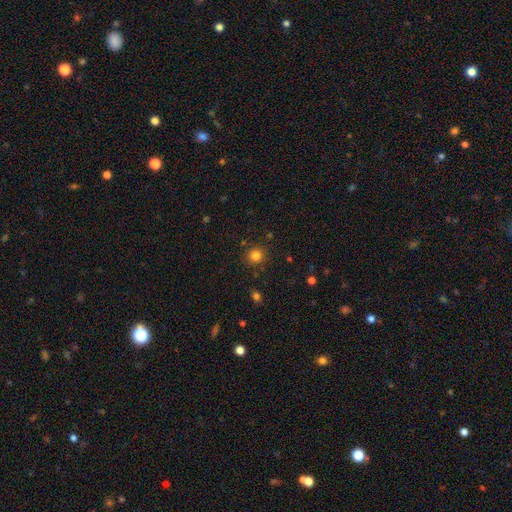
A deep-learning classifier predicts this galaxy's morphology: smooth 81%, star or artifact 14%, featured or disk 5%. Down the decision tree: how rounded — round (91%); merging — none (88%).